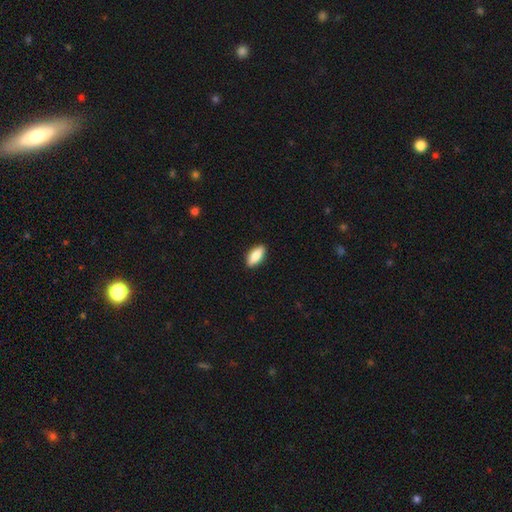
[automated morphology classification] The model was most divided on "how rounded": in between: 78%, cigar-shaped: 19%, round: 3%. More confident: merging — none (89%); smooth or featured — smooth (80%).